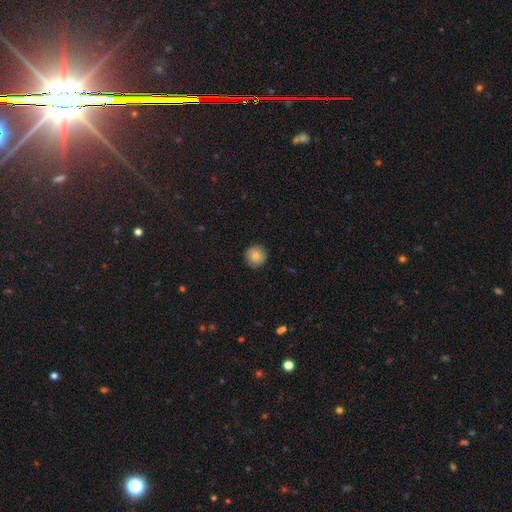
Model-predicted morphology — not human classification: Smooth or featured? smooth (83%)
How rounded? round (96%)
Merging? none (91%)